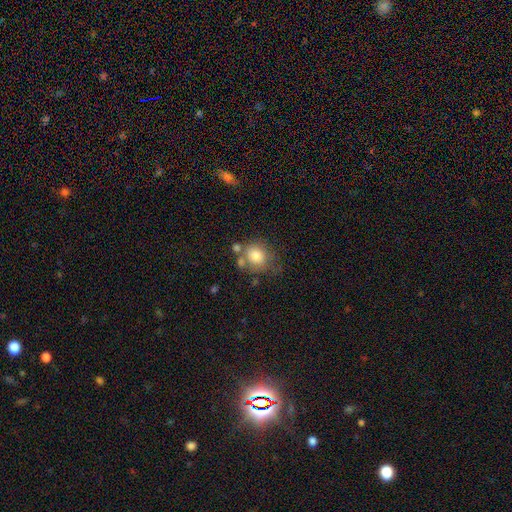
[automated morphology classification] A smooth galaxy with no disk features (77%) that is round (75%). Merging: none (54%).